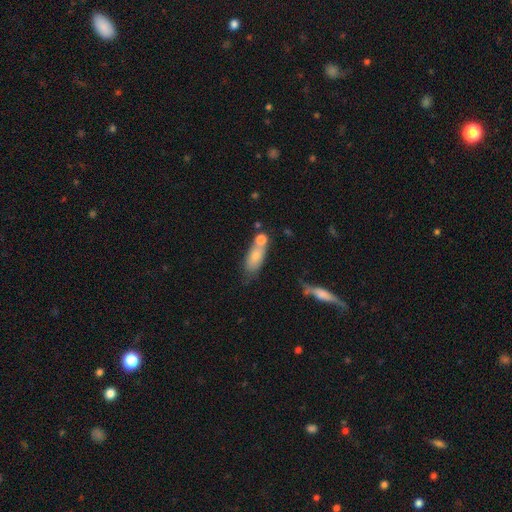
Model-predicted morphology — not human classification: type=smooth (74%); roundness=in between (72%); merging=none (41%).